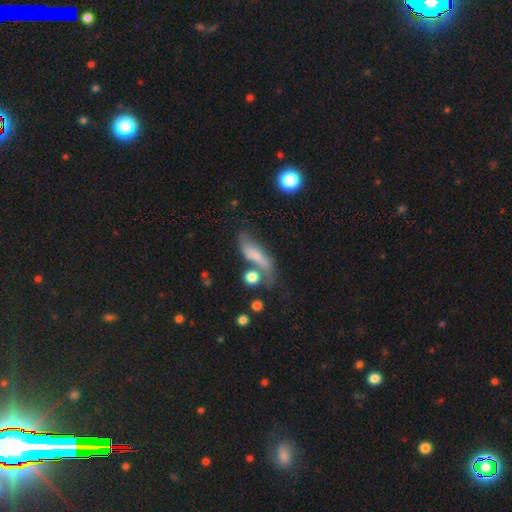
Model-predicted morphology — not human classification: The model was most divided on "how rounded": cigar-shaped: 50%, in between: 43%, round: 7%. Remaining: smooth or featured — smooth (54%); merging — none (38%).